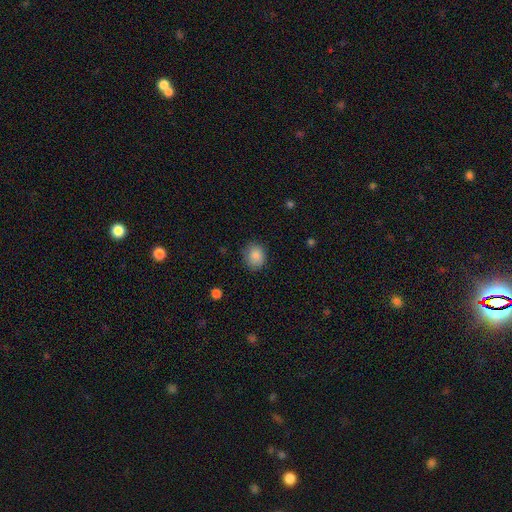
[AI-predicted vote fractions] smooth-or-featured: smooth: 87% | star or artifact: 9% | featured or disk: 5%
  how-rounded: round: 64% | in between: 35% | cigar-shaped: 1%
  merging: none: 81% | minor disturbance: 14% | major disturbance: 3% | merger: 1%